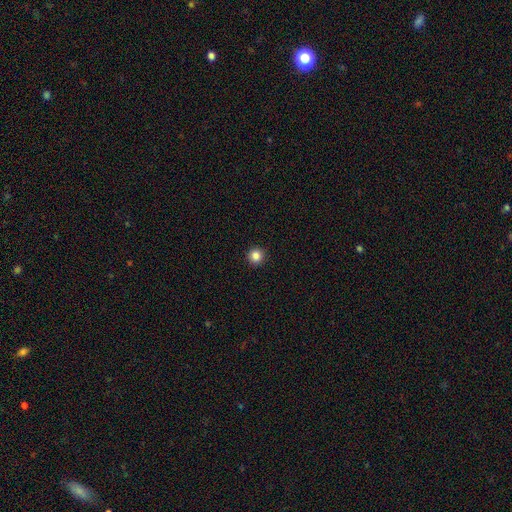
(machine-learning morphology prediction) A smooth galaxy with no disk features (85%) that is round (96%).

Vote fractions:
- Smooth or featured? smooth: 85% / star or artifact: 11% / featured or disk: 4%
- How rounded? round: 96% / in between: 4% / cigar-shaped: 1%
- Merging? none: 94% / minor disturbance: 4% / major disturbance: 1% / merger: 1%